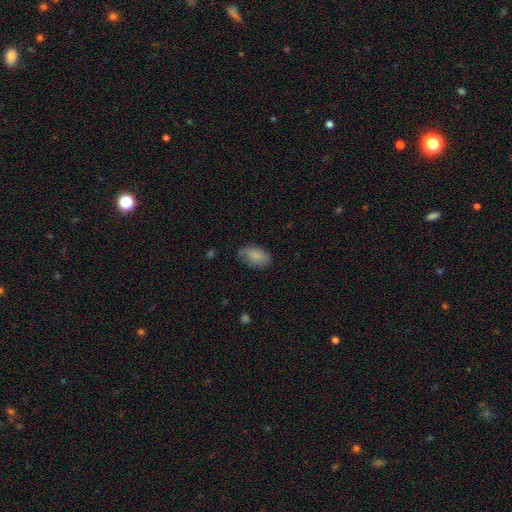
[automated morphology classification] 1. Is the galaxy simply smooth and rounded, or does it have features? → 79% smooth, 14% featured or disk, 7% star or artifact.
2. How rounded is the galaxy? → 93% in between, 5% round, 3% cigar-shaped.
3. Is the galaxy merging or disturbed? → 65% none, 27% minor disturbance, 7% major disturbance, 1% merger.